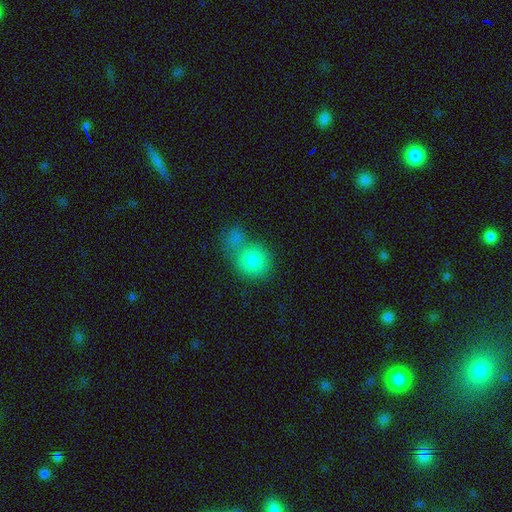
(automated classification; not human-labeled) Smooth or featured? Predicted: smooth (p=0.77). How rounded? Predicted: round (p=0.80). Merging? Predicted: none (p=0.45).